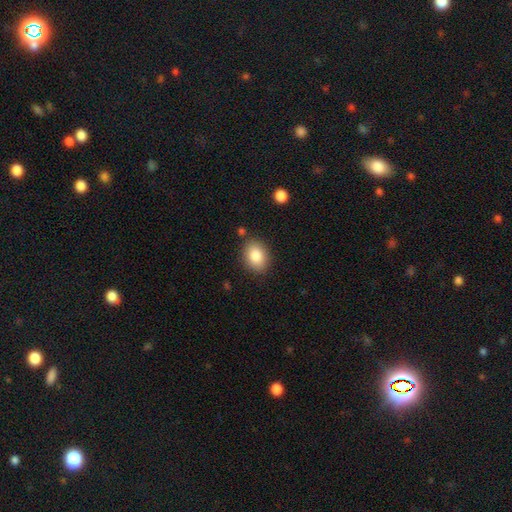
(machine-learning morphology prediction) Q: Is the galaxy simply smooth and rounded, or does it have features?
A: smooth — 86%.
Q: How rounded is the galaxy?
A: in between — 65%.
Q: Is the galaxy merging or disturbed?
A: none — 84%.